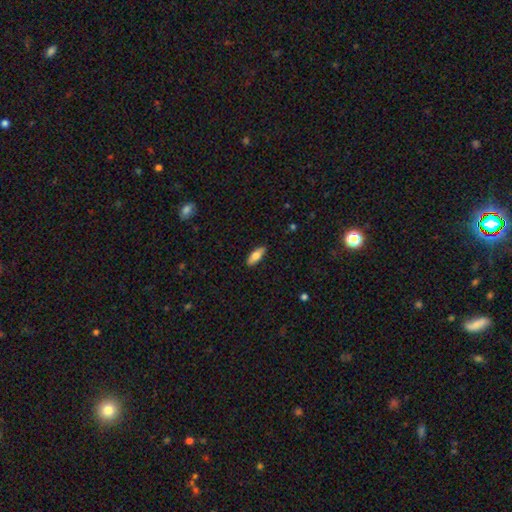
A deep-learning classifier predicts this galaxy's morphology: Smooth or featured: smooth — 74% (featured or disk — 21%)
How rounded: in between — 70% (cigar-shaped — 28%)
Merging: none — 88% (minor disturbance — 9%)